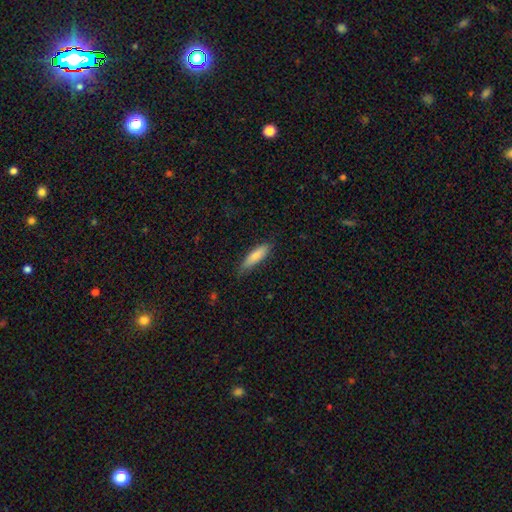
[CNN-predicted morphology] type=smooth (81%); roundness=cigar-shaped (70%); merging=none (80%).